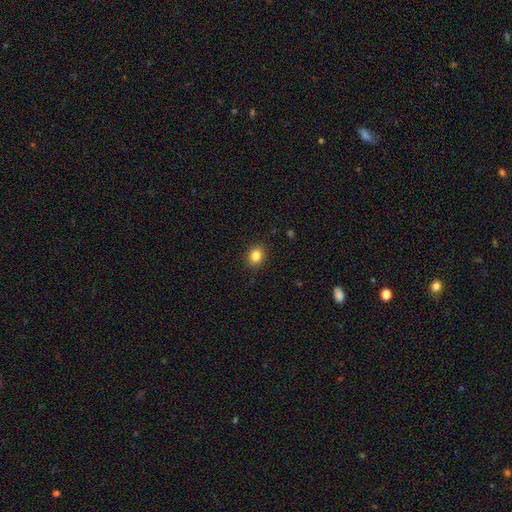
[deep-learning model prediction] A smooth galaxy with no disk features (84%) that is round (64%).

Vote fractions:
- Smooth or featured? smooth: 84% / star or artifact: 11% / featured or disk: 5%
- How rounded? round: 64% / in between: 35% / cigar-shaped: 1%
- Merging? none: 89% / minor disturbance: 7% / major disturbance: 2% / merger: 1%